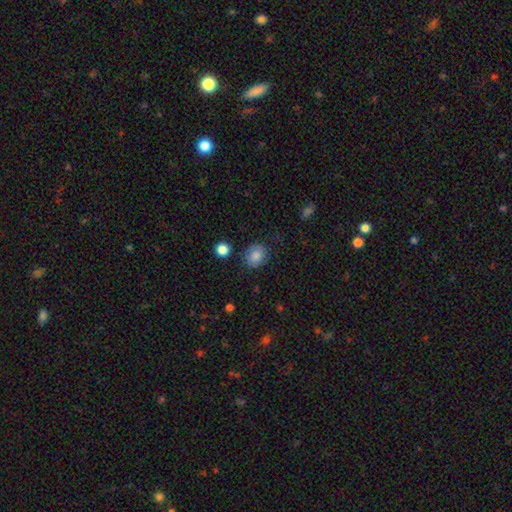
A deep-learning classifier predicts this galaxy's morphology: smooth-or-featured: smooth: 83% | star or artifact: 9% | featured or disk: 8%
  how-rounded: round: 62% | in between: 37% | cigar-shaped: 1%
  merging: none: 79% | minor disturbance: 14% | major disturbance: 4% | merger: 2%